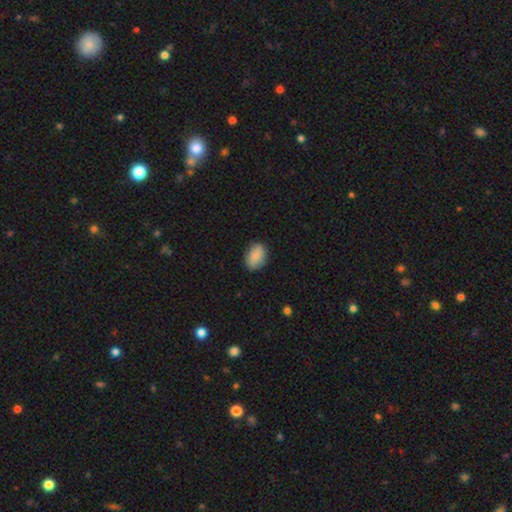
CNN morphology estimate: This is likely a smooth galaxy (78%). How rounded: likely in between (78%). Merging: clearly none (81%).